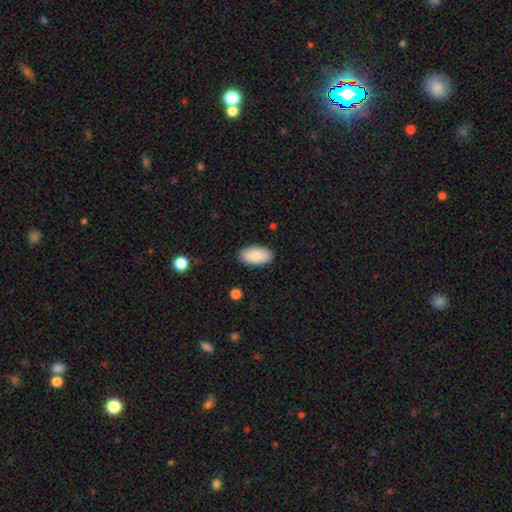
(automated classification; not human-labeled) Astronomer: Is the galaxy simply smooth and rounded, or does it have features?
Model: smooth — 88%.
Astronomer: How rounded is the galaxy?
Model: in between — 95%.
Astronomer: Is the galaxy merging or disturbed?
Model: none — 88%.